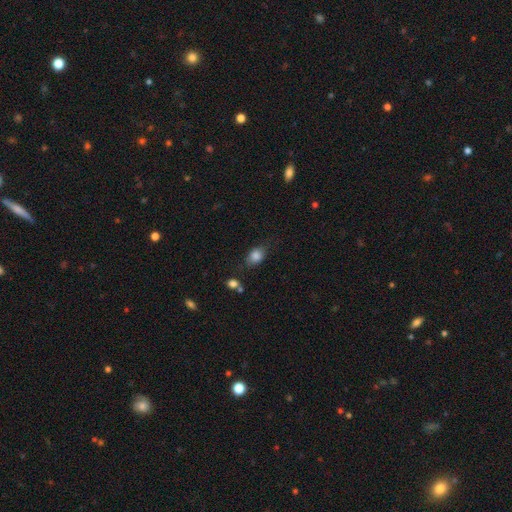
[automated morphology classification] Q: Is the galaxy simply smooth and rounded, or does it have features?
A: smooth — 84%.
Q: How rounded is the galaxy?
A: in between — 72%.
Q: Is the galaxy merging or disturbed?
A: none — 69%.